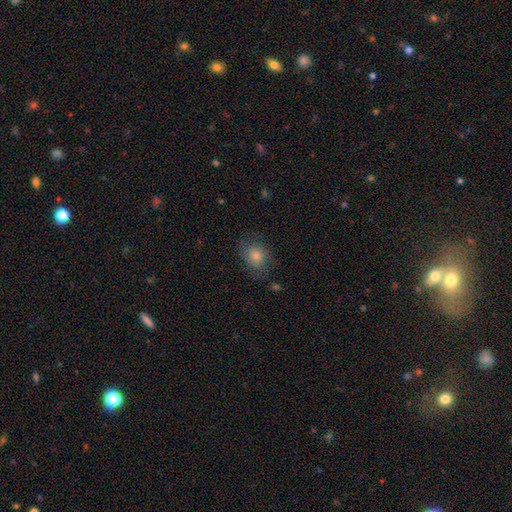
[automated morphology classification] smooth_or_featured: smooth (p=0.50) [alt: featured or disk p=0.35]
merging: none (p=0.71) [alt: minor disturbance p=0.18]